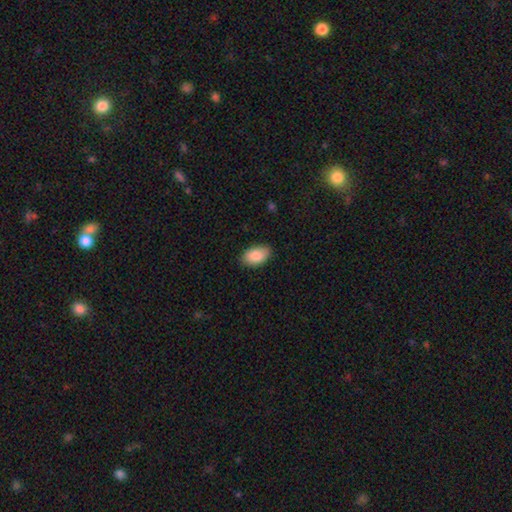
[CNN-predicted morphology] Smooth or featured? Predicted: smooth (p=0.88). How rounded? Predicted: in between (p=0.94). Merging? Predicted: none (p=0.87).